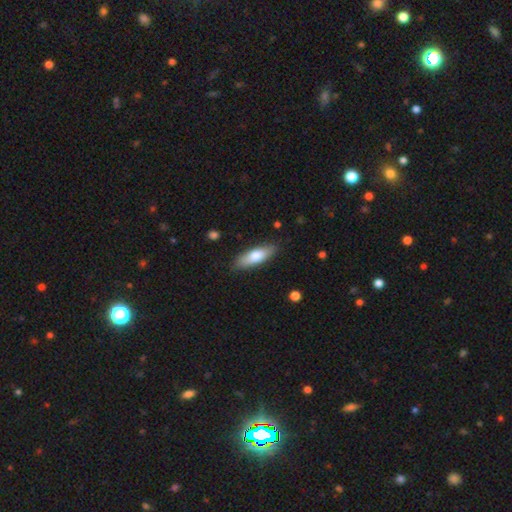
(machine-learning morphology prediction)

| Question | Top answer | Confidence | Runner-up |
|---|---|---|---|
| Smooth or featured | smooth | 74% | featured or disk (21%) |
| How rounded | in between | 55% | cigar-shaped (43%) |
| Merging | none | 86% | minor disturbance (10%) |